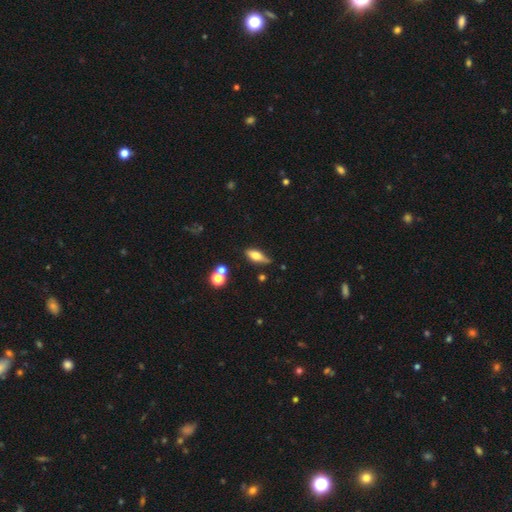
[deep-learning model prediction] Smooth or featured? Predicted: smooth (p=0.58). How rounded? Predicted: in between (p=0.69). Merging? Predicted: none (p=0.69).